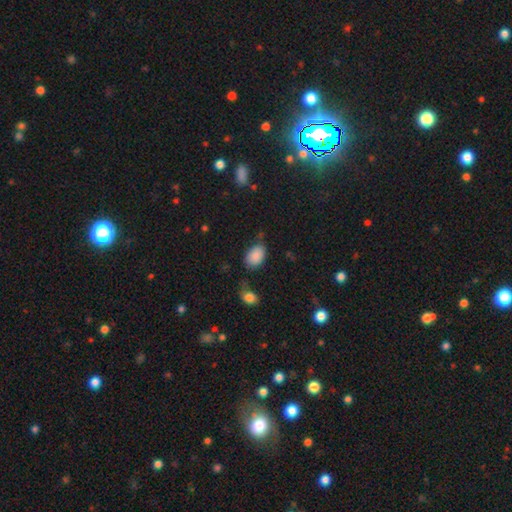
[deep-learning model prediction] Morphology: type=smooth (85%); roundness=in between (83%); merging=none (63%).